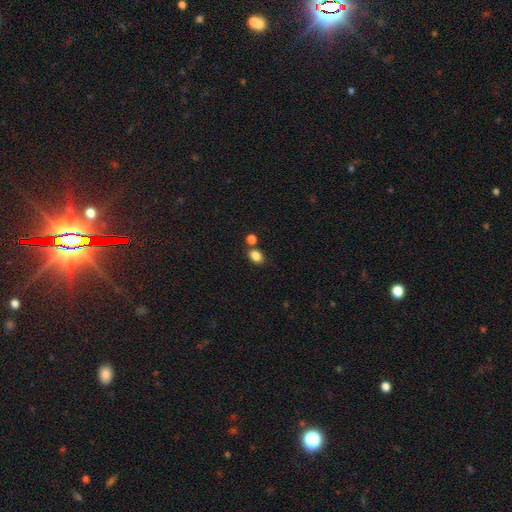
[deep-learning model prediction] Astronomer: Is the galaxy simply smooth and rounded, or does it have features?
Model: smooth — 85%.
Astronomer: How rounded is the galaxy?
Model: in between — 71%.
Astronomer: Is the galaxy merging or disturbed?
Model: none — 68%.